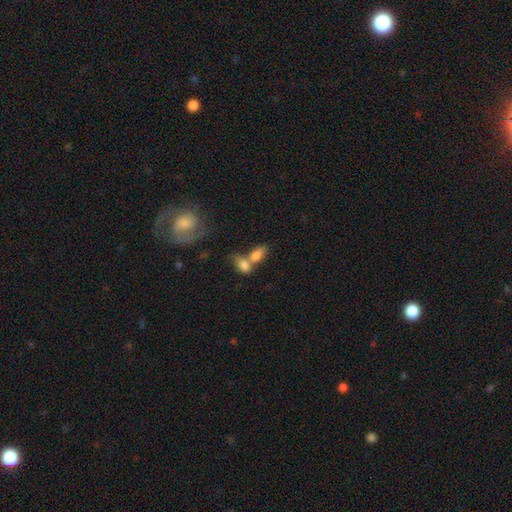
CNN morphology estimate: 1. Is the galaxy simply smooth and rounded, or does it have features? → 78% smooth, 13% featured or disk, 9% star or artifact.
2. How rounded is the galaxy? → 86% in between, 8% round, 6% cigar-shaped.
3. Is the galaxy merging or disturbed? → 63% merger, 24% none, 8% minor disturbance, 5% major disturbance.